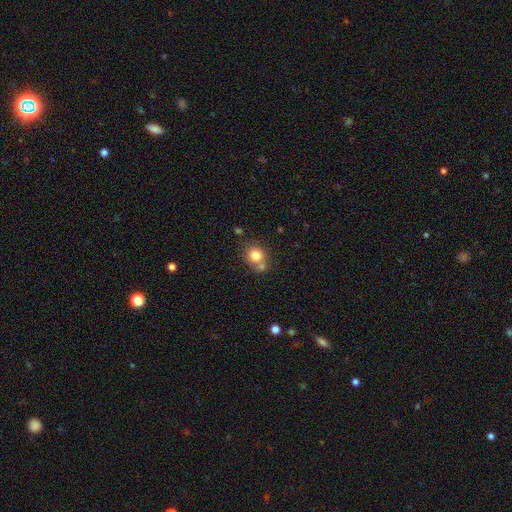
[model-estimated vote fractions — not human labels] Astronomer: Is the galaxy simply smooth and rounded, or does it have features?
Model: smooth — 79%.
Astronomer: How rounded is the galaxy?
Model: round — 79%.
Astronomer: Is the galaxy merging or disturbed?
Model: none — 55%.